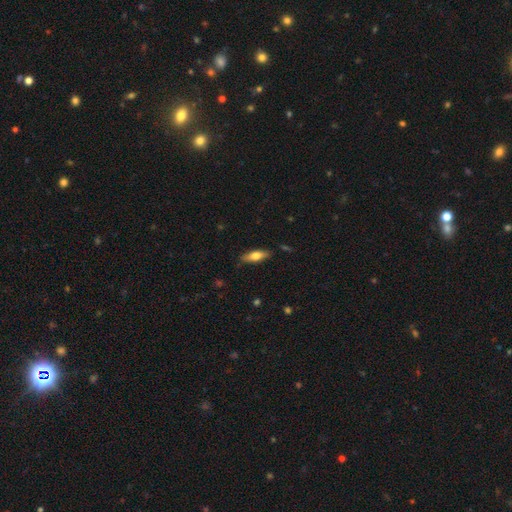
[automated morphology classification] This appears to be a smooth galaxy with no disk features (68%) that is in between round and cigar-shaped (55%). Merging: none (85%).